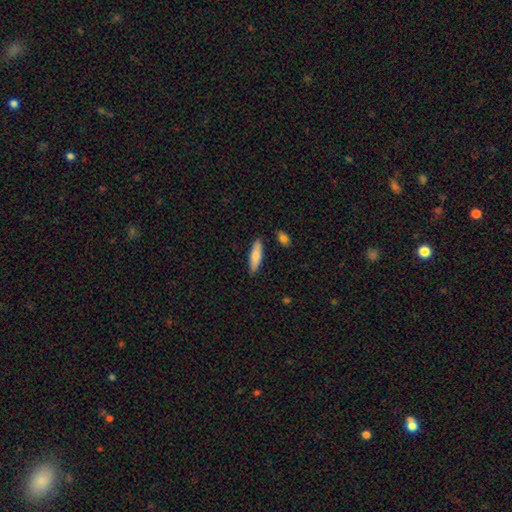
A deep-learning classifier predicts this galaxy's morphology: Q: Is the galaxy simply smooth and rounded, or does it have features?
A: smooth — 79%.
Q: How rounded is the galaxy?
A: cigar-shaped — 65%.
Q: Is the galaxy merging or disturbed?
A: none — 86%.